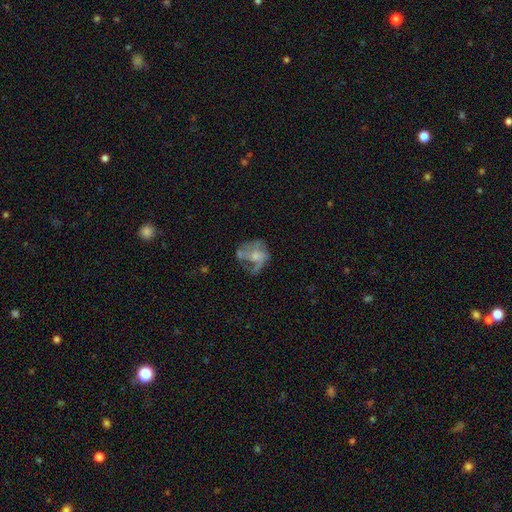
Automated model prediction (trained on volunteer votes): Q: Smooth or featured?
A: featured or disk (61%); runner-up: smooth (26%)
Q: Edge-on disk?
A: no (97%); runner-up: yes (3%)
Q: Bar?
A: no (72%); runner-up: weak (23%)
Q: Spiral arms?
A: yes (60%); runner-up: no (40%)
Q: Bulge size?
A: moderate (46%); runner-up: small (38%)
Q: Merging?
A: none (46%); runner-up: major disturbance (26%)